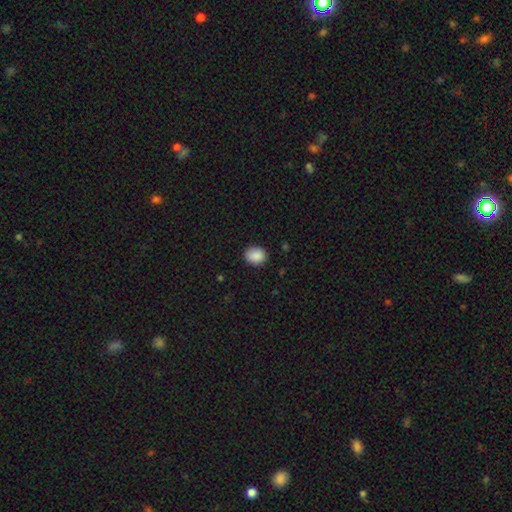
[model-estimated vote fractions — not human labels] Smooth or featured: smooth — 89% (star or artifact — 8%)
How rounded: round — 58% (in between — 42%)
Merging: none — 87% (minor disturbance — 9%)